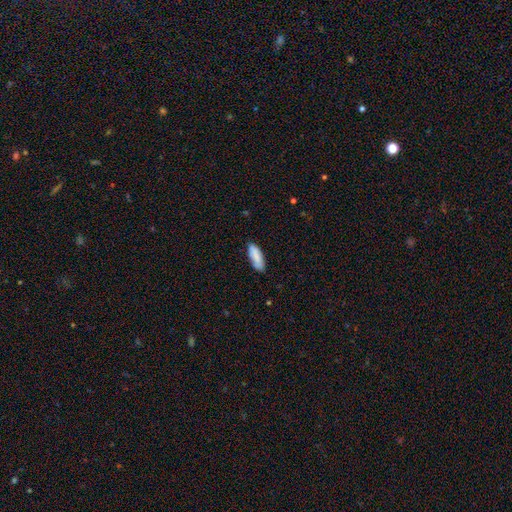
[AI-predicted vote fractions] This is clearly a smooth galaxy (86%). How rounded: likely in between (68%). Merging: clearly none (81%).